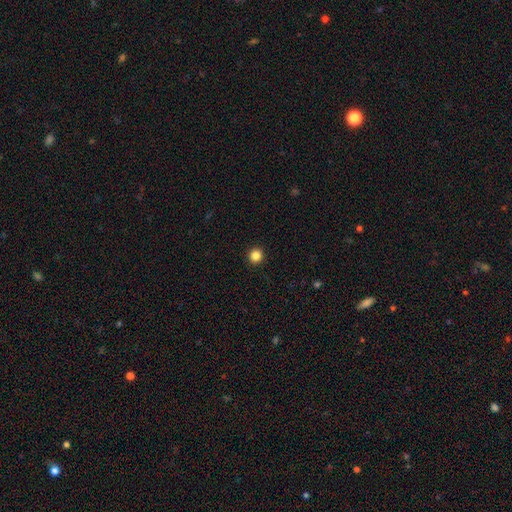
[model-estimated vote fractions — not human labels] Smooth or featured? Predicted: smooth (p=0.85). How rounded? Predicted: round (p=0.95). Merging? Predicted: none (p=0.94).